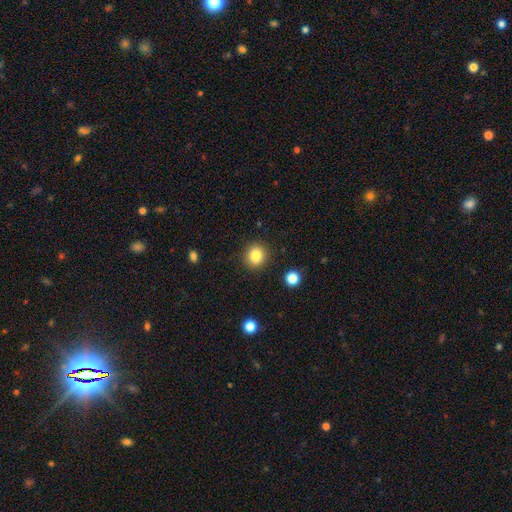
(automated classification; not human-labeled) Smooth or featured?
  - smooth: 84% *
  - star or artifact: 11%
  - featured or disk: 6%
How rounded?
  - round: 87% *
  - in between: 12%
  - cigar-shaped: 1%
Merging?
  - none: 90% *
  - minor disturbance: 6%
  - major disturbance: 2%
  - merger: 2%